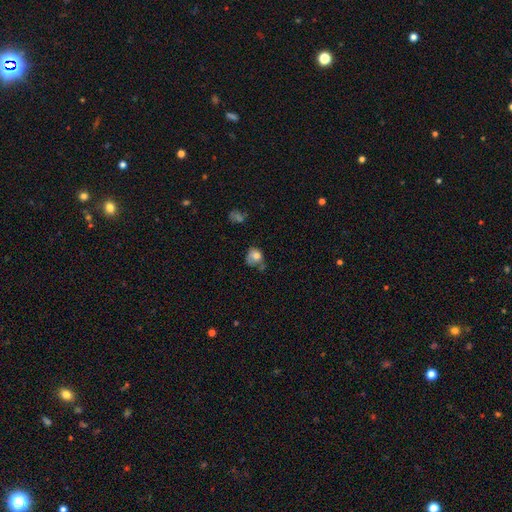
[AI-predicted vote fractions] smooth_or_featured: smooth (p=0.72) [alt: featured or disk p=0.17]
how_rounded: round (p=0.60) [alt: in between p=0.39]
merging: none (p=0.35) [tied with: minor disturbance p=0.35]